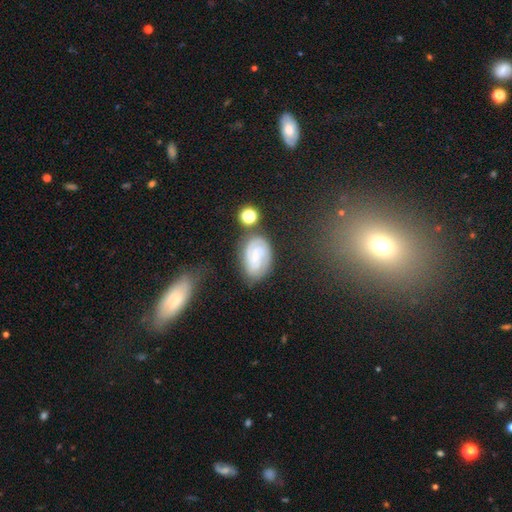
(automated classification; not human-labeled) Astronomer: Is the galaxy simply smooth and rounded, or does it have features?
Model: featured or disk — 69%.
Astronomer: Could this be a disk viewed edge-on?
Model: no — 97%.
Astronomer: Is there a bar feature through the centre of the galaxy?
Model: weak — 46% (runner-up: no, 41%).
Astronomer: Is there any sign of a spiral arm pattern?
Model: yes — 93%.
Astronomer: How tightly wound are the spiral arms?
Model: tight — 62%.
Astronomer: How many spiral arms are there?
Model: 2 — 49% (runner-up: can't tell, 26%).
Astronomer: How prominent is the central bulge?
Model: small — 66%.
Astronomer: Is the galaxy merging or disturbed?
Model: none — 66%.